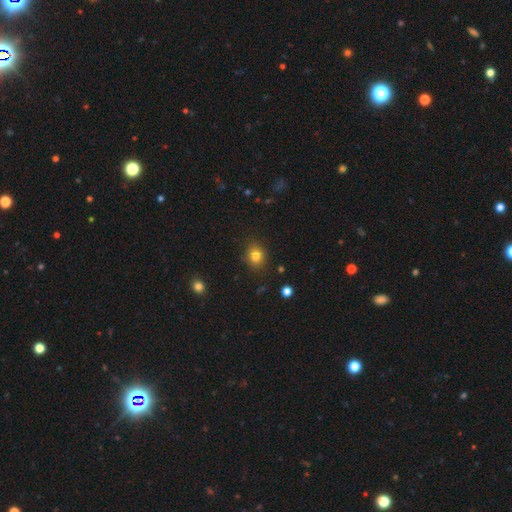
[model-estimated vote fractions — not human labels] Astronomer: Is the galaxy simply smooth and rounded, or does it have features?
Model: smooth — 81%.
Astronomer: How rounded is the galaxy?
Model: round — 67%.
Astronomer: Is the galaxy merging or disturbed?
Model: none — 85%.